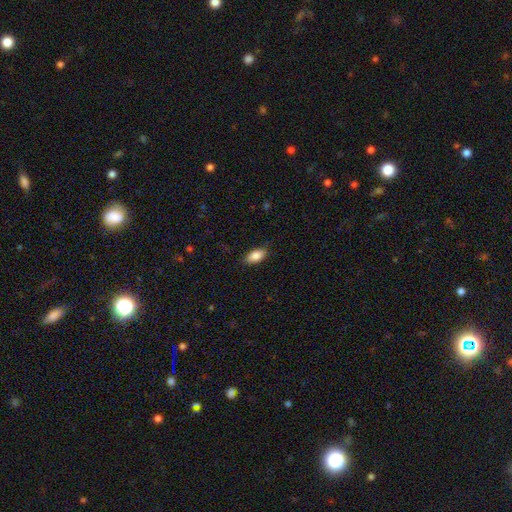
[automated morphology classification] A smooth galaxy with no disk features (86%) that is in between round and cigar-shaped (90%). Merging: none (84%).